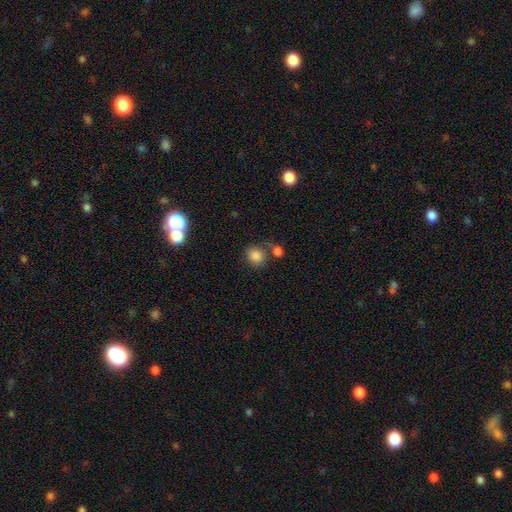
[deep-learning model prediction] Q: Smooth or featured?
A: smooth (84%); runner-up: star or artifact (11%)
Q: How rounded?
A: round (82%); runner-up: in between (17%)
Q: Merging?
A: none (63%); runner-up: merger (20%)